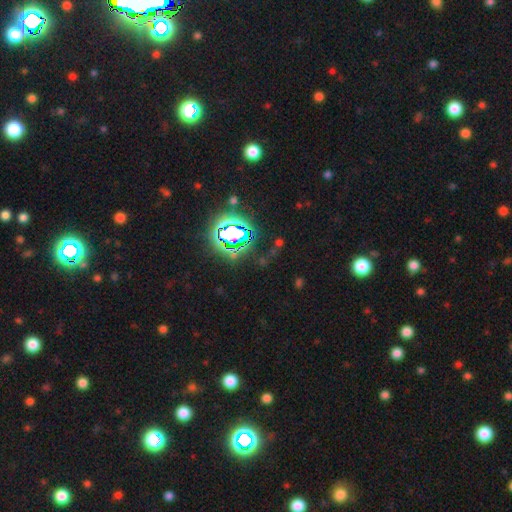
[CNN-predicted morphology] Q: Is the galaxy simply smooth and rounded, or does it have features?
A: star or artifact — 79%.